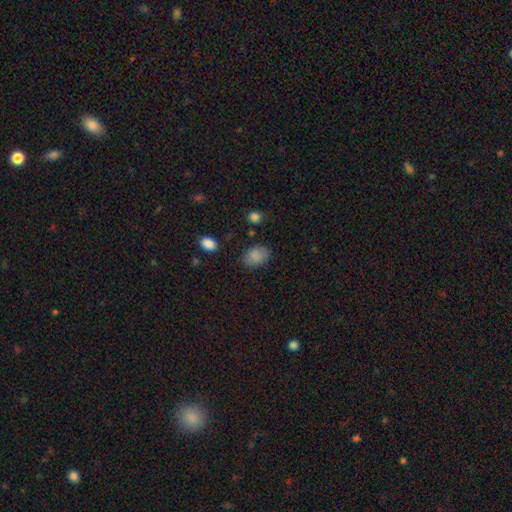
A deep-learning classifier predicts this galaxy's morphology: A smooth galaxy with no disk features (83%) that is in between round and cigar-shaped (69%). Merging: none (77%).